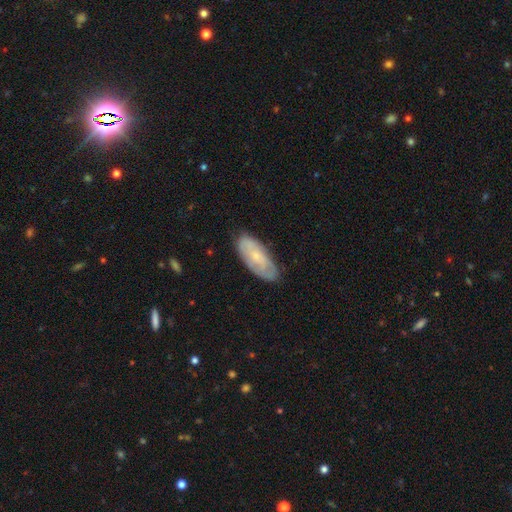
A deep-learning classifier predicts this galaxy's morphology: smooth_or_featured: smooth (p=0.53) [alt: featured or disk p=0.40]
how_rounded: in between (p=0.81) [alt: cigar-shaped p=0.17]
merging: none (p=0.78) [alt: minor disturbance p=0.17]